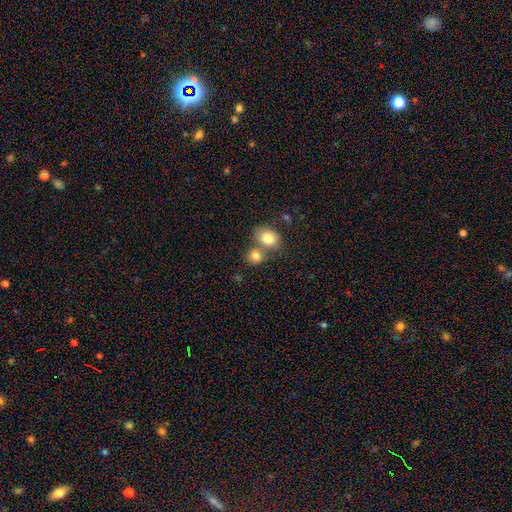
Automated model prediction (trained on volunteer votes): Overall: smooth (81%). How rounded: round (66%; in between 33%). Merging: none (46%; merger 43%).